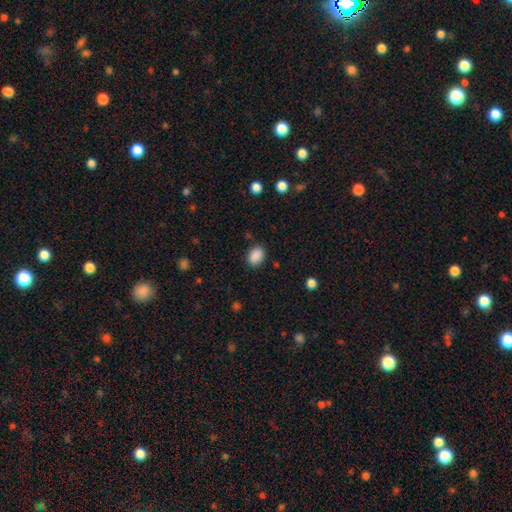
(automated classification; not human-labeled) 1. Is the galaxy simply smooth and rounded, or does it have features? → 89% smooth, 9% star or artifact, 3% featured or disk.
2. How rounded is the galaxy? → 71% in between, 28% round, 1% cigar-shaped.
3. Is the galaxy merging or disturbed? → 84% none, 11% minor disturbance, 3% major disturbance, 1% merger.